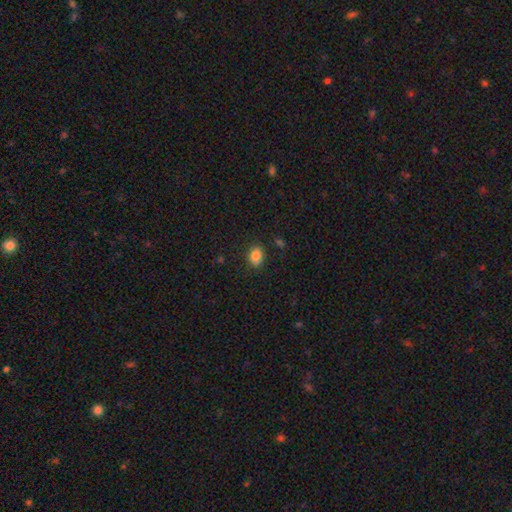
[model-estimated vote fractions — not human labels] smooth_or_featured: smooth (p=0.85) [alt: star or artifact p=0.10]
how_rounded: in between (p=0.70) [alt: round p=0.29]
merging: none (p=0.81) [alt: minor disturbance p=0.14]